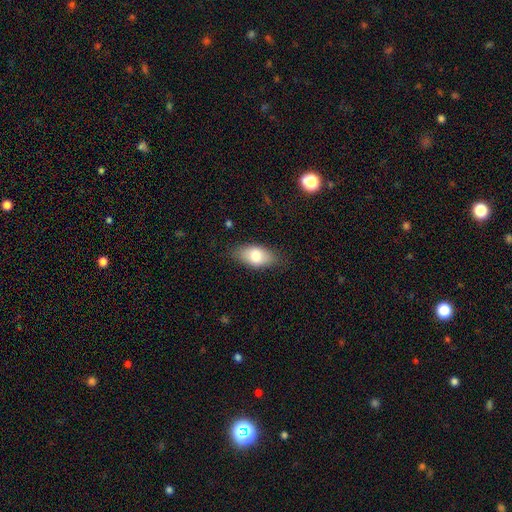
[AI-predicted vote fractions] smooth 78%, featured or disk 16%, star or artifact 7%. Down the decision tree: how rounded — in between (90%); merging — none (79%).